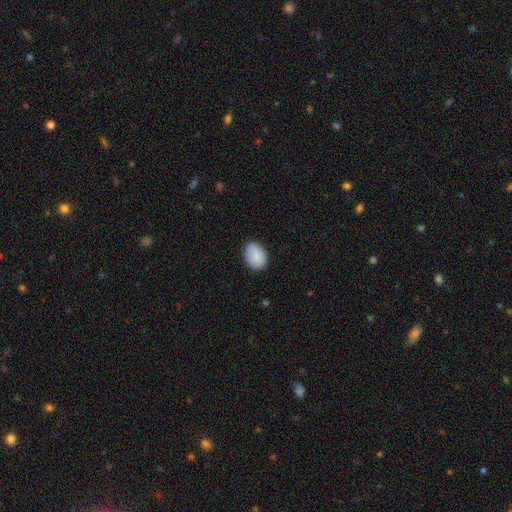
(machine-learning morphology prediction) The model was most divided on "how rounded": in between: 76%, round: 23%, cigar-shaped: 1%. More confident: smooth or featured — smooth (85%); merging — none (85%).